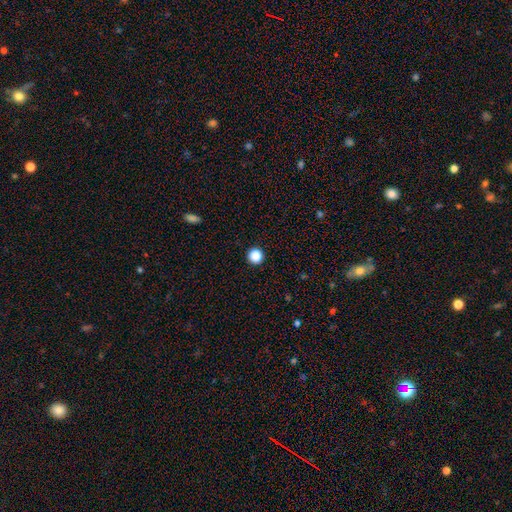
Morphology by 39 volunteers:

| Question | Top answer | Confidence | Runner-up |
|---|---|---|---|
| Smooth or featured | smooth | 87% | star or artifact (10%) |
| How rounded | round | 97% | in between (3%) |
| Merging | none | 94% | minor disturbance (6%) |